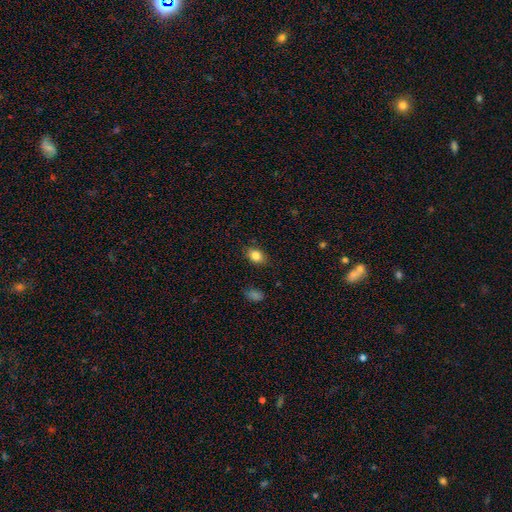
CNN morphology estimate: type=smooth (83%); roundness=in between (71%); merging=none (83%).